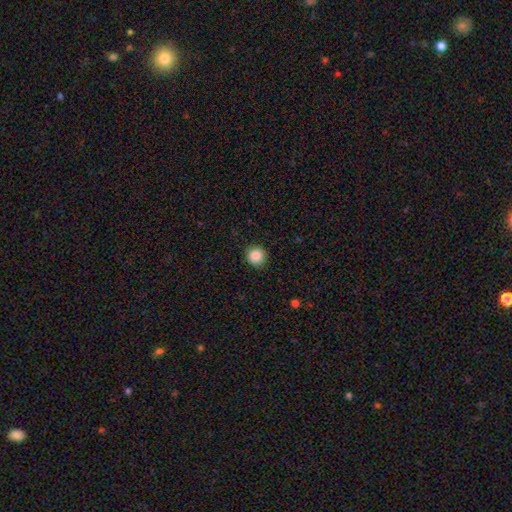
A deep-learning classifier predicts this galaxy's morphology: A smooth galaxy with no disk features (88%) that is round (93%).

Vote fractions:
- Smooth or featured? smooth: 88% / star or artifact: 9% / featured or disk: 3%
- How rounded? round: 93% / in between: 6% / cigar-shaped: 1%
- Merging? none: 90% / minor disturbance: 7% / major disturbance: 2% / merger: 1%